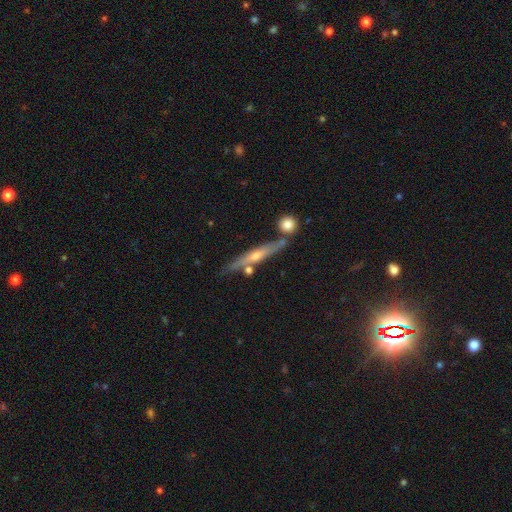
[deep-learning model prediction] smooth_or_featured: featured or disk (p=0.72) [alt: smooth p=0.20]
disk_edge_on: yes (p=0.93) [alt: no p=0.07]
edge_on_bulge: rounded (p=0.78) [alt: none p=0.17]
merging: none (p=0.76) [alt: minor disturbance p=0.12]